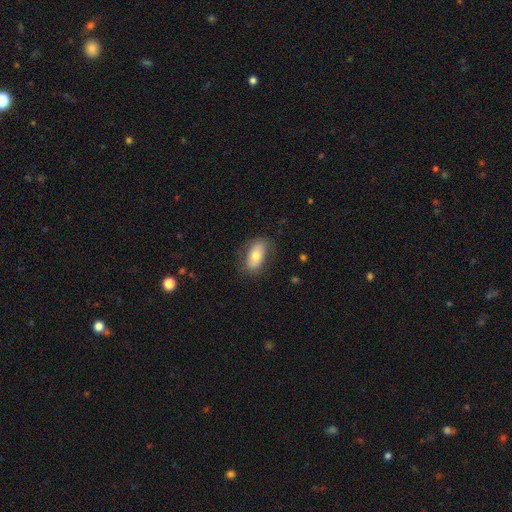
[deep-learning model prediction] Smooth or featured?
  - smooth: 70% *
  - featured or disk: 23%
  - star or artifact: 7%
How rounded?
  - in between: 90% *
  - cigar-shaped: 5%
  - round: 5%
Merging?
  - none: 78% *
  - minor disturbance: 16%
  - major disturbance: 5%
  - merger: 1%